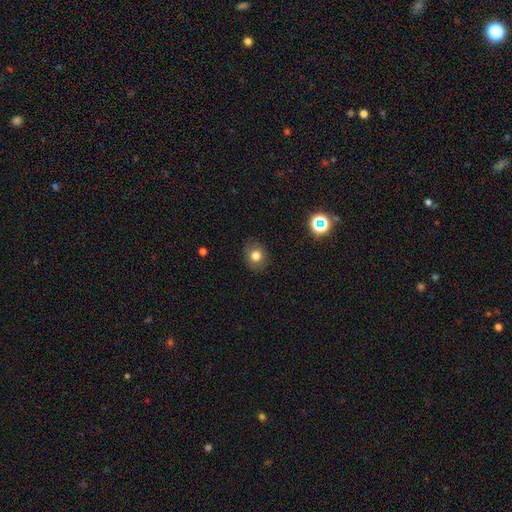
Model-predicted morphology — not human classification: Overall: smooth (77%). How rounded: round (64%; in between 35%). Merging: none (84%).